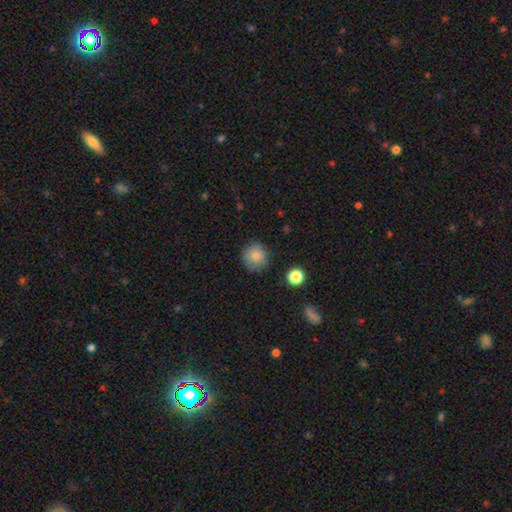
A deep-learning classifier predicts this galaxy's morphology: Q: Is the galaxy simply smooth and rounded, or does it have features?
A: smooth — 83%.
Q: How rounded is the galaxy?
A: round — 92%.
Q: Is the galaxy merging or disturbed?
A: none — 82%.